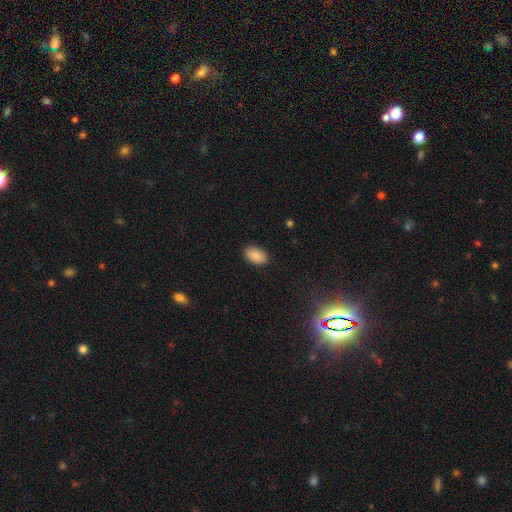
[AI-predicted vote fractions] Overall: smooth (88%). How rounded: in between (92%). Merging: none (88%).